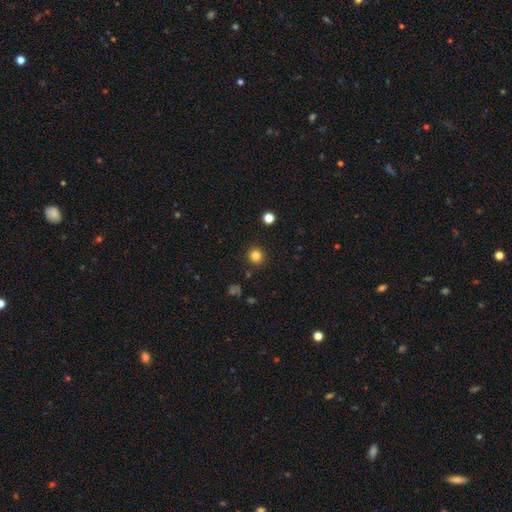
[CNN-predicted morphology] smooth-or-featured: smooth: 82% | star or artifact: 13% | featured or disk: 5%
  how-rounded: round: 93% | in between: 6% | cigar-shaped: 1%
  merging: none: 91% | minor disturbance: 6% | major disturbance: 2% | merger: 2%